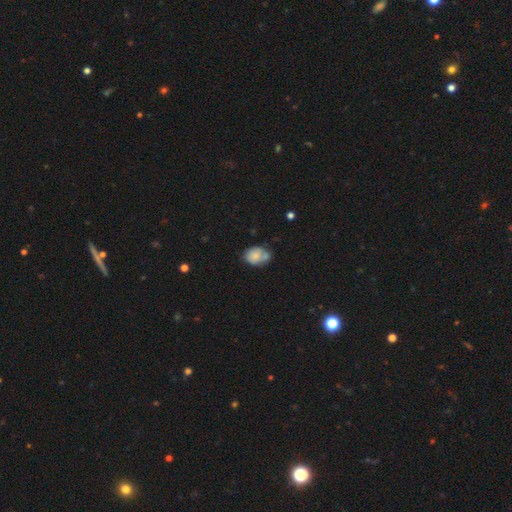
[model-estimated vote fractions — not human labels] Smooth or featured? smooth (69%)
How rounded? in between (68%)
Merging? none (42%)